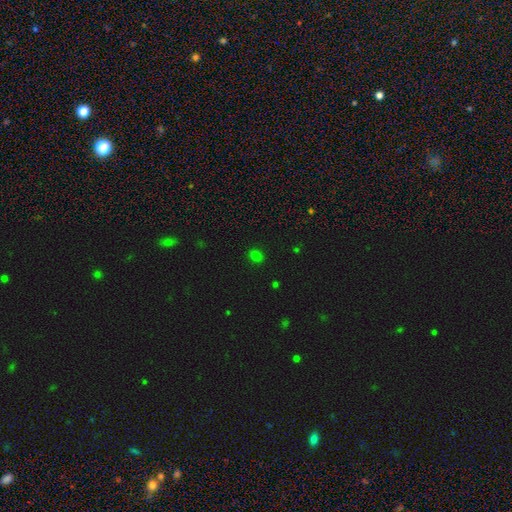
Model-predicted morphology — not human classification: type=smooth (75%); roundness=round (68%); merging=none (89%).